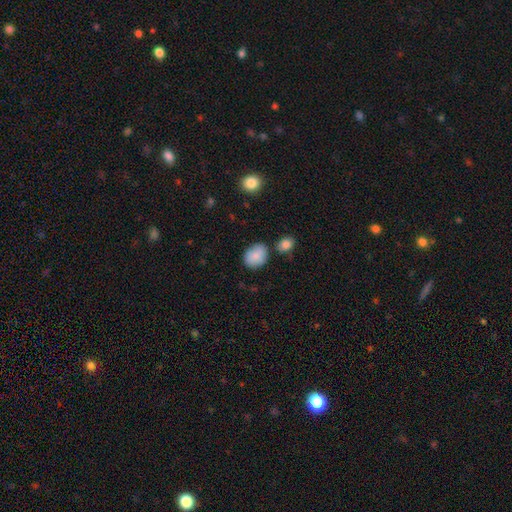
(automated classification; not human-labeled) This appears to be a smooth galaxy with no disk features (85%) that is in between round and cigar-shaped (58%). Merging: none (70%).